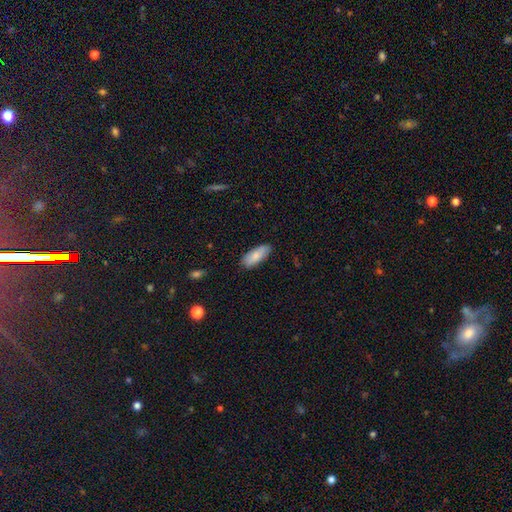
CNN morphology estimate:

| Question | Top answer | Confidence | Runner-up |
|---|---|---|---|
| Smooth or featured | smooth | 80% | featured or disk (14%) |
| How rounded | in between | 78% | cigar-shaped (20%) |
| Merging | none | 83% | minor disturbance (13%) |